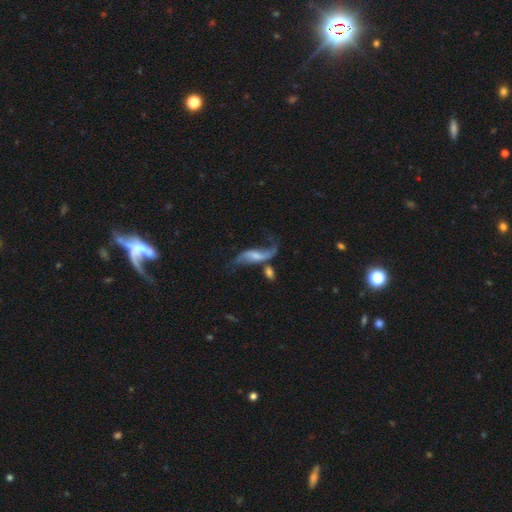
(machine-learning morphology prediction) The model was most divided on "bar": no: 41%, weak: 40%, strong: 19%. Remaining: edge-on disk — no (90%); spiral arms — yes (90%); spiral winding — loose (89%); spiral arm count — 2 (84%); smooth or featured — featured or disk (75%); merging — none (42%); bulge size — small (39%).